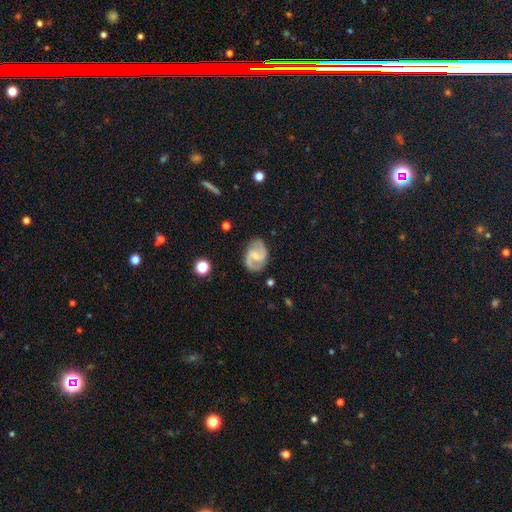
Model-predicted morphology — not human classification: Smooth or featured? featured or disk (85%)
Edge-on disk? no (98%)
Bar? weak (54%)
Spiral arms? yes (96%)
Spiral winding? medium (56%)
Spiral arm count? 2 (92%)
Bulge size? small (53%)
Merging? none (82%)